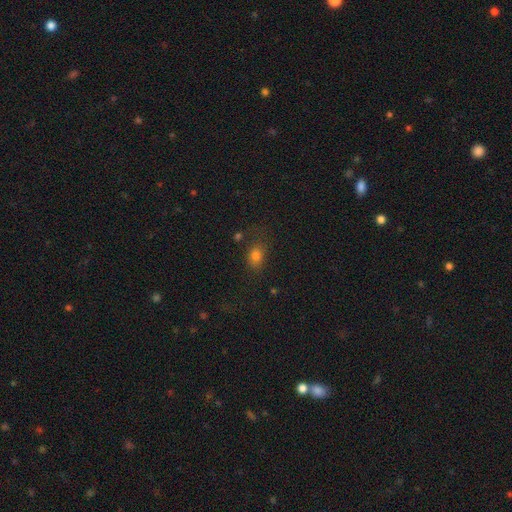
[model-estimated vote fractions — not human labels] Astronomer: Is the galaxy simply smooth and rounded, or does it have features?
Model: smooth — 77%.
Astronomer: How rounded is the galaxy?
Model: in between — 67%.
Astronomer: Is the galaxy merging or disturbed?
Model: none — 66%.